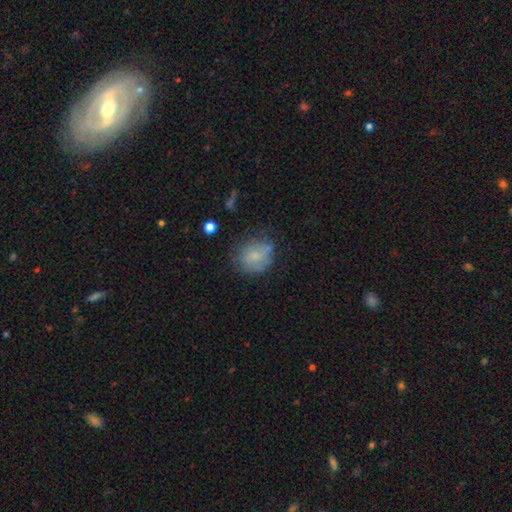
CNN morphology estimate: Smooth or featured: smooth — 64% (featured or disk — 26%)
How rounded: round — 61% (in between — 38%)
Merging: none — 51% (minor disturbance — 30%)